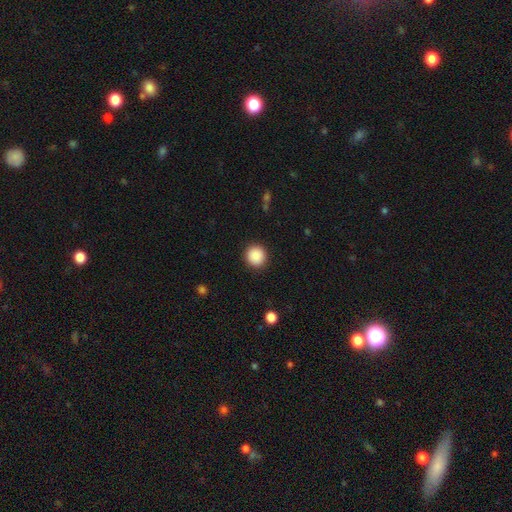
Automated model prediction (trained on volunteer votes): Smooth or featured: smooth — 89% (star or artifact — 8%)
How rounded: round — 94% (in between — 6%)
Merging: none — 91% (minor disturbance — 5%)